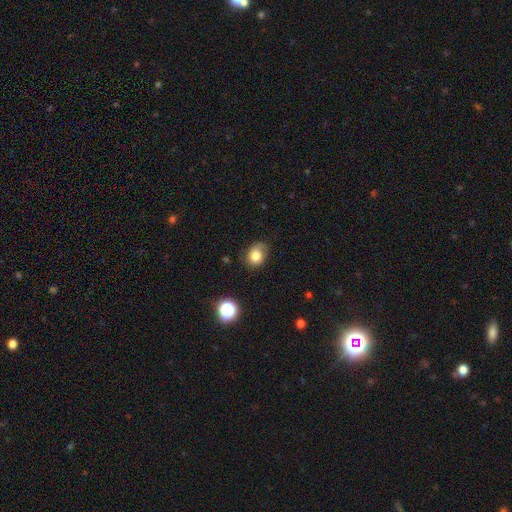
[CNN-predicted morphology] This appears to be a smooth galaxy with no disk features (74%) that is round (55%). Merging: none (61%).